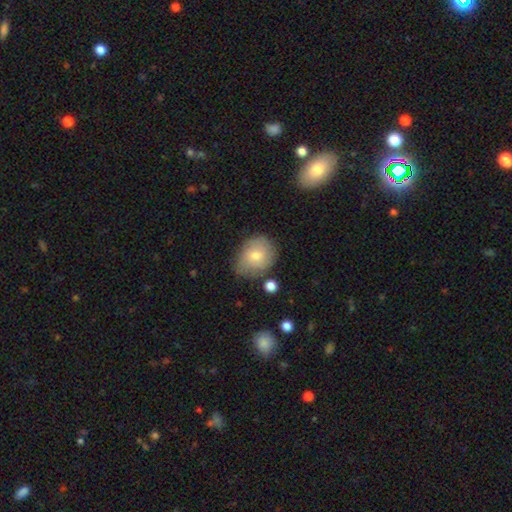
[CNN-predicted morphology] Smooth or featured? Predicted: smooth (p=0.70). How rounded? Predicted: round (p=0.54). Merging? Predicted: none (p=0.63).